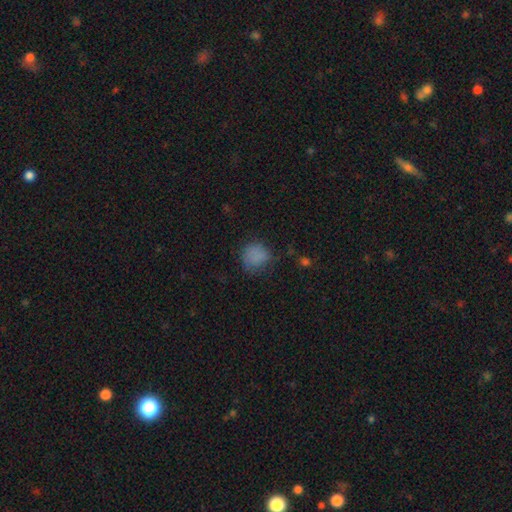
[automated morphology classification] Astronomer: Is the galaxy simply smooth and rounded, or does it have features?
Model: smooth — 79%.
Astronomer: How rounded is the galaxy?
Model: round — 82%.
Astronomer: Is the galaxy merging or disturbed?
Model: none — 59%.